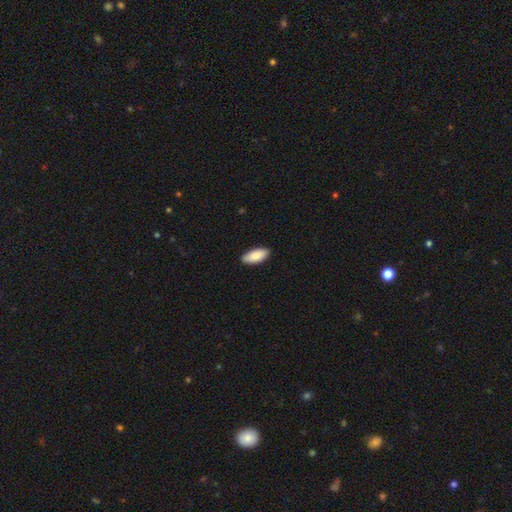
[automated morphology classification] Smooth or featured? smooth (89%)
How rounded? in between (87%)
Merging? none (89%)